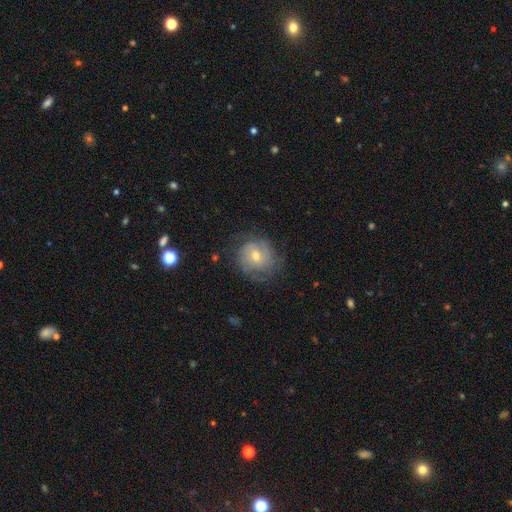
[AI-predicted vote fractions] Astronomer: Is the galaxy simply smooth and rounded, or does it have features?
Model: featured or disk — 60%.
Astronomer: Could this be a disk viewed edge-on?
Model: no — 97%.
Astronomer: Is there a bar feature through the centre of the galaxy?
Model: no — 59% (runner-up: weak, 35%).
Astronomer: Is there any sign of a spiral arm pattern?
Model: yes — 80%.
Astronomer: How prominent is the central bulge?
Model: moderate — 50% (runner-up: small, 45%).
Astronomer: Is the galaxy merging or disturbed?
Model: none — 65%.